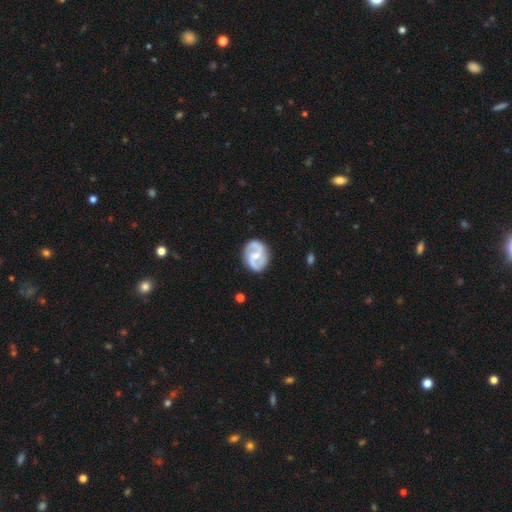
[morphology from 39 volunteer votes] Smooth or featured? featured or disk (85%)
Edge-on disk? no (100%)
Bar? weak (64%)
Spiral arms? yes (97%)
Spiral winding? loose (53%)
Spiral arm count? 2 (97%)
Bulge size? small (48%)
Merging? none (84%)